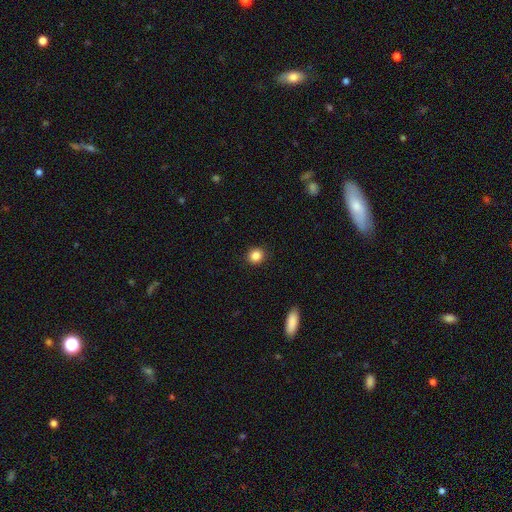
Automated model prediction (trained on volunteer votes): Overall: smooth (85%). How rounded: round (87%). Merging: none (91%).